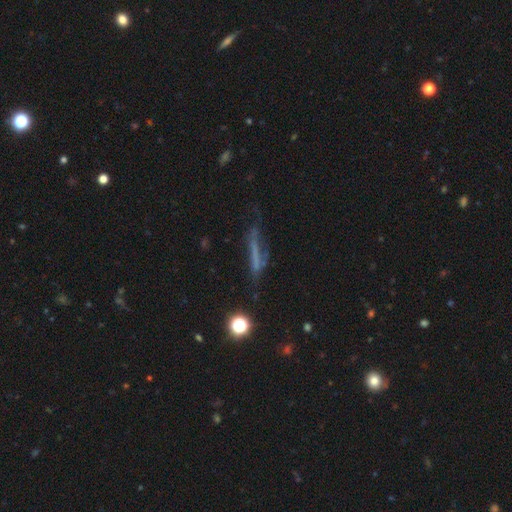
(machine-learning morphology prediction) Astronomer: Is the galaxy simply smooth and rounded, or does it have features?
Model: smooth — 41%, tied with featured or disk at 41%.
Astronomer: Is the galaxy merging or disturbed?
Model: none — 52%.